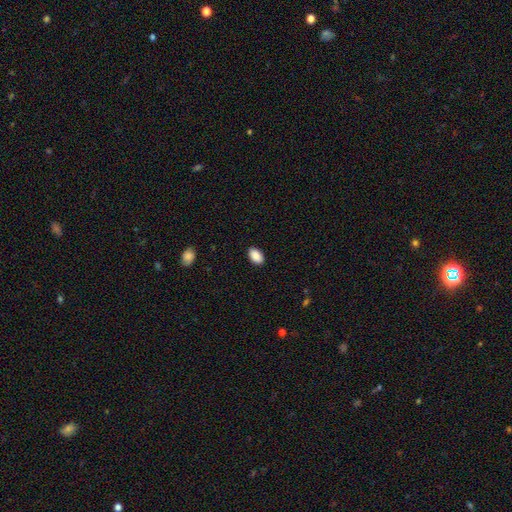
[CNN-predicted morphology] This appears to be a smooth galaxy with no disk features (89%) that is in between round and cigar-shaped (91%). Merging: none (89%).